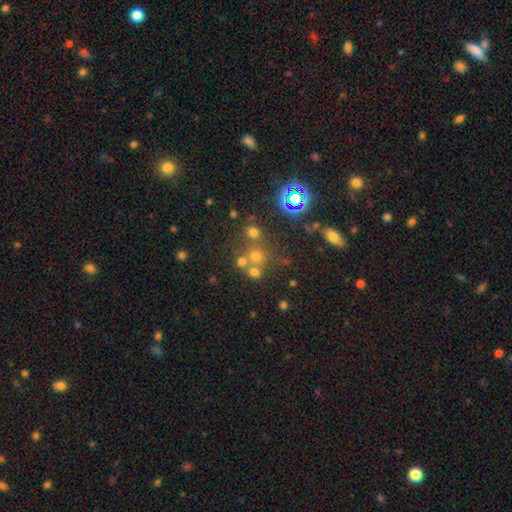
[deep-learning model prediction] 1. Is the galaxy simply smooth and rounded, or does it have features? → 53% smooth, 34% star or artifact, 13% featured or disk.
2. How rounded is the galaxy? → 88% round, 11% in between, 1% cigar-shaped.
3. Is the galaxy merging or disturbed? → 58% none, 28% merger, 9% minor disturbance, 5% major disturbance.